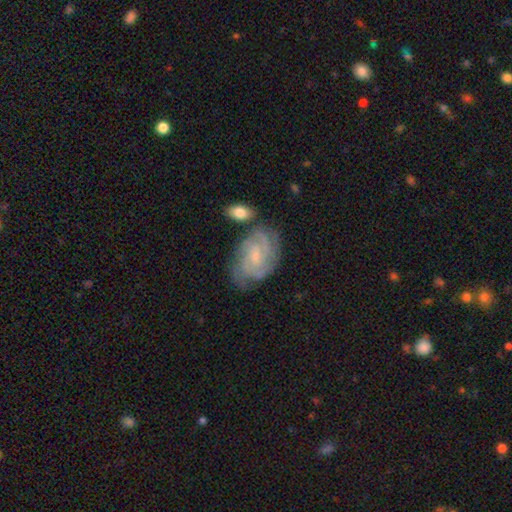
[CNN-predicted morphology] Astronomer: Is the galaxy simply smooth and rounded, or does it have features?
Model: featured or disk — 79%.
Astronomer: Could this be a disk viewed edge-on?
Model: no — 97%.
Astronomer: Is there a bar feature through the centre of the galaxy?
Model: no — 54% (runner-up: weak, 40%).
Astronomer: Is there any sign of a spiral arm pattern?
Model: yes — 95%.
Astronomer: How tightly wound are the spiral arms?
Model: tight — 60%.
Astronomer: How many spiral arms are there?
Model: can't tell — 30% (runner-up: 3, 26%).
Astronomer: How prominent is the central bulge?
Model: small — 73%.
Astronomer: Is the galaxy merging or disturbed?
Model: none — 66%.